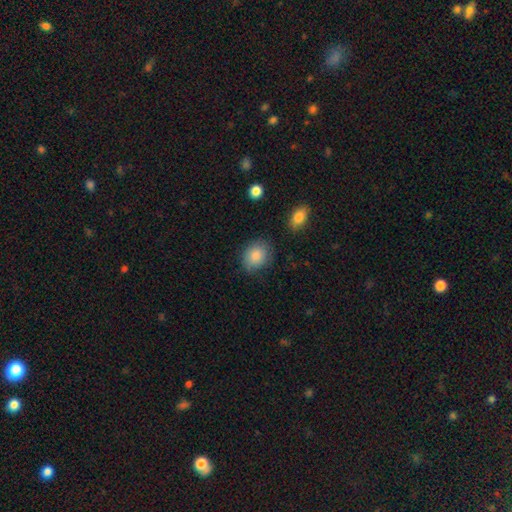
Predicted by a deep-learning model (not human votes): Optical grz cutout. It shows a smooth galaxy with no disk features (87%) that is round (52%). Merging: none (78%).